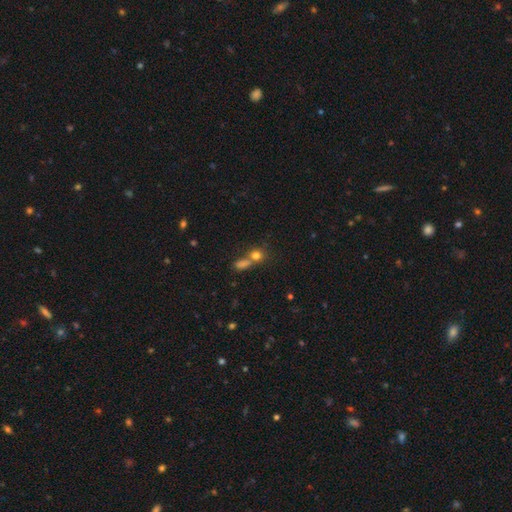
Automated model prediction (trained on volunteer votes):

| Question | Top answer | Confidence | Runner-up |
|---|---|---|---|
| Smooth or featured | smooth | 76% | star or artifact (15%) |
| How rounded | round | 75% | in between (21%) |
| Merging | none | 45% | merger (41%) |